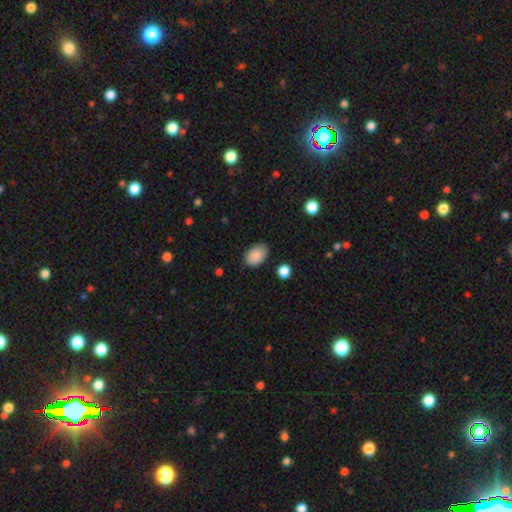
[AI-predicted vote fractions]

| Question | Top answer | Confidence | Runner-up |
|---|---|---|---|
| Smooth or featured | smooth | 88% | star or artifact (7%) |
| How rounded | in between | 87% | round (12%) |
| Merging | none | 82% | minor disturbance (13%) |